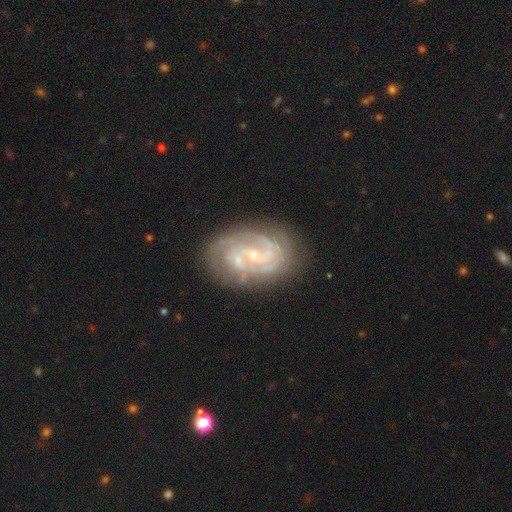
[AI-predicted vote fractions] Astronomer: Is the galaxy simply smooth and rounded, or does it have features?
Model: featured or disk — 85%.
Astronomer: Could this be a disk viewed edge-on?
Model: no — 97%.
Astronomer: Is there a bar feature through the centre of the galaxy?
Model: no — 44% (runner-up: weak, 43%).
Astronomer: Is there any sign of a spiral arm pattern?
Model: yes — 95%.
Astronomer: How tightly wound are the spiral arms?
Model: tight — 58% (runner-up: medium, 34%).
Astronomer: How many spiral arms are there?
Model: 2 — 41% (runner-up: can't tell, 21%).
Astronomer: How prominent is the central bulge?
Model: small — 74%.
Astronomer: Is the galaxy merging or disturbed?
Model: none — 76%.